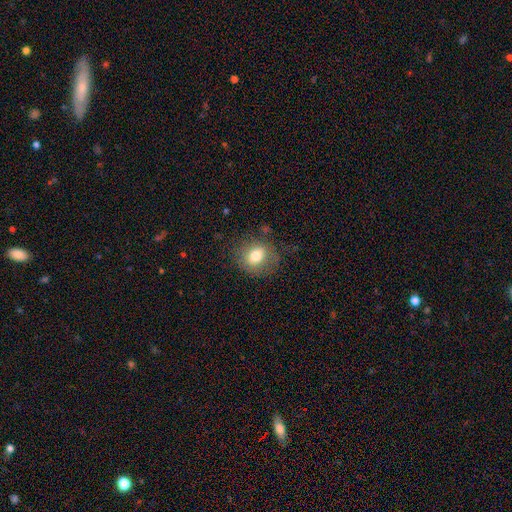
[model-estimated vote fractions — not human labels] This appears to be a smooth galaxy with no disk features (72%) that is round (63%). Merging: none (75%).